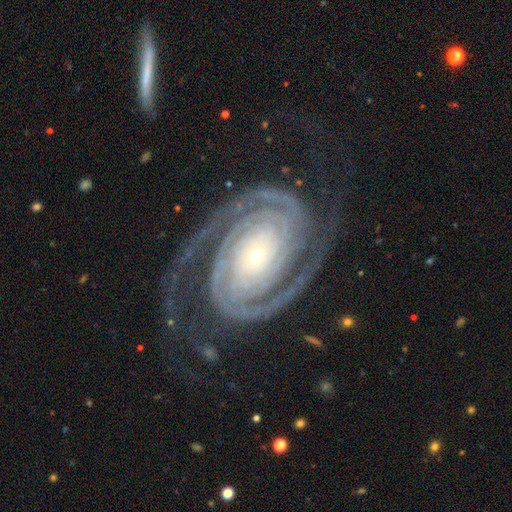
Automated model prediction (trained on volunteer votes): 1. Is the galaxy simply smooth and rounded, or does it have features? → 93% featured or disk, 4% star or artifact, 2% smooth.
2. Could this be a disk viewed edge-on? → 98% no, 2% yes.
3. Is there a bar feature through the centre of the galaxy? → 70% no, 16% strong, 14% weak.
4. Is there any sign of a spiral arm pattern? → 99% yes, 1% no.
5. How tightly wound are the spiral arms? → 78% tight, 19% medium, 3% loose.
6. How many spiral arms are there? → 87% 2, 4% 3, 3% can't tell, 2% 4, 2% more than 4, 2% 1.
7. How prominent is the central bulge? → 80% small, 15% moderate, 2% large, 2% dominant, 1% none.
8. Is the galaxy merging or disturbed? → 75% none, 13% minor disturbance, 10% major disturbance, 2% merger.